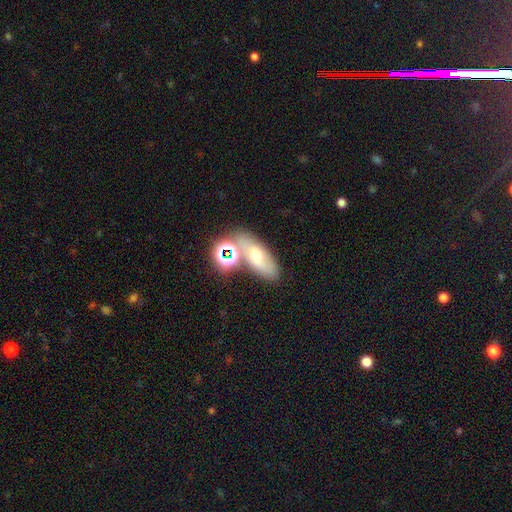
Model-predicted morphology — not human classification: This appears to be a smooth galaxy with no disk features (45%). Merging: none (56%).